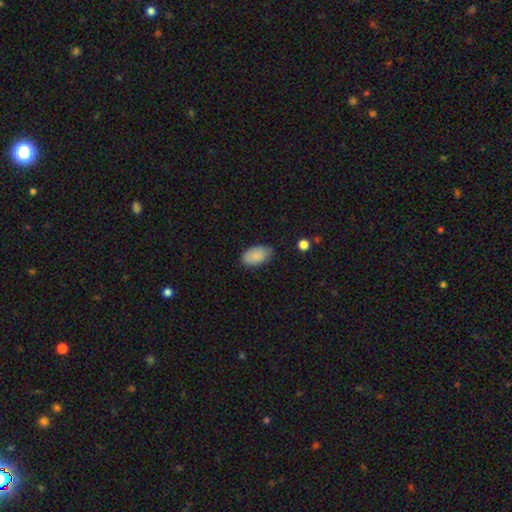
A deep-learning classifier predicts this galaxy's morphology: Smooth or featured?
  - smooth: 86% *
  - featured or disk: 7%
  - star or artifact: 7%
How rounded?
  - in between: 94% *
  - round: 5%
  - cigar-shaped: 1%
Merging?
  - none: 74% *
  - minor disturbance: 21%
  - major disturbance: 4%
  - merger: 1%